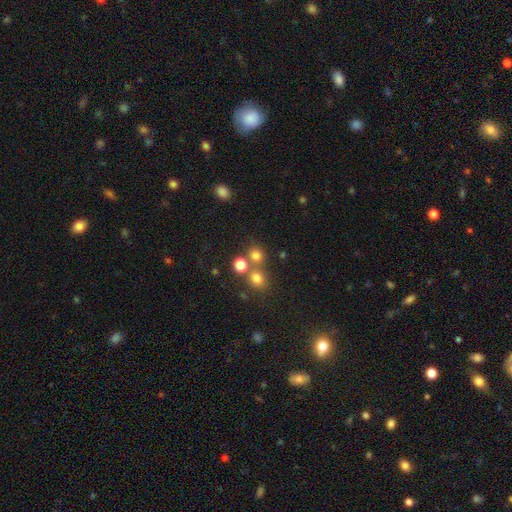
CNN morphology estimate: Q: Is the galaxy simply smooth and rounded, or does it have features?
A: smooth — 74%.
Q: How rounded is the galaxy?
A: round — 84%.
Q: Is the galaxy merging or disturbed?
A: none — 60%.